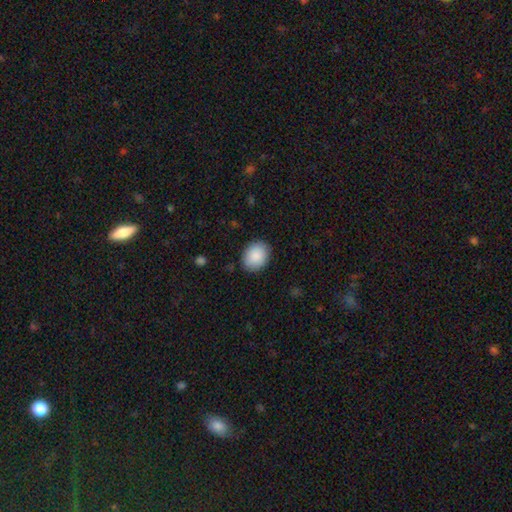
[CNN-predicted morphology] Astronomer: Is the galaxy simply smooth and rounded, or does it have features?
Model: smooth — 89%.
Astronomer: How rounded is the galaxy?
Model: round — 50% (runner-up: in between, 49%).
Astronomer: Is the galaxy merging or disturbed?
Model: none — 87%.